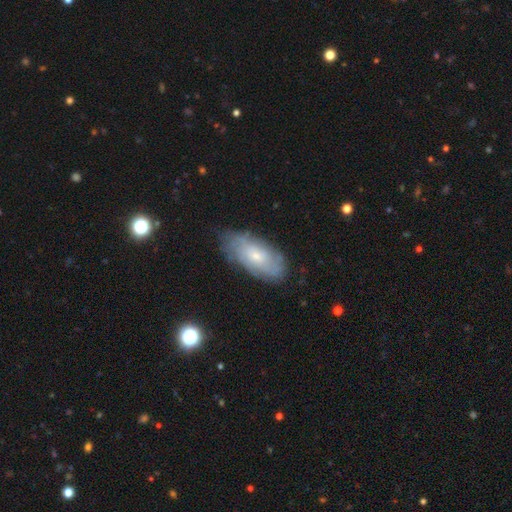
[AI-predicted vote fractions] smooth-or-featured: featured or disk: 53% | smooth: 39% | star or artifact: 8%
  disk-edge-on: no: 89% | yes: 11%
  merging: none: 76% | minor disturbance: 18% | major disturbance: 5% | merger: 1%